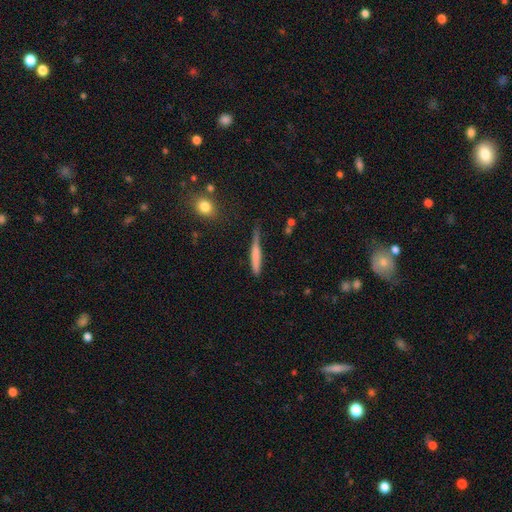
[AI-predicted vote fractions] Smooth or featured? smooth (68%)
How rounded? cigar-shaped (93%)
Merging? none (59%)